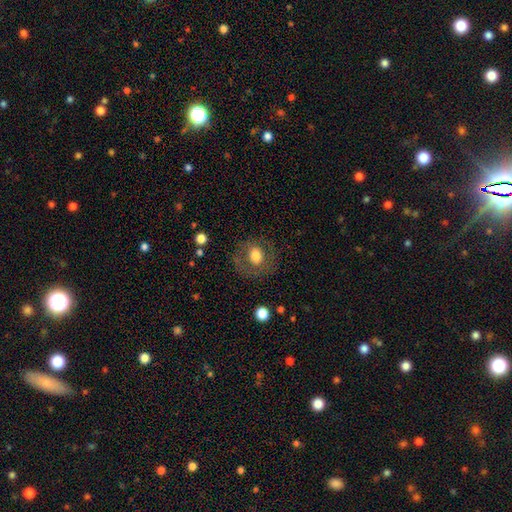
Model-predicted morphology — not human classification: This appears to be a smooth galaxy with no disk features (66%) that is round (75%). Merging: none (77%).